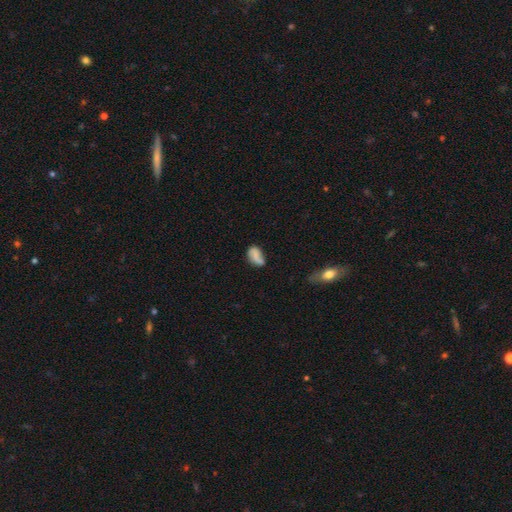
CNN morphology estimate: Smooth or featured? Predicted: smooth (p=0.69). How rounded? Predicted: in between (p=0.88). Merging? Predicted: none (p=0.49).